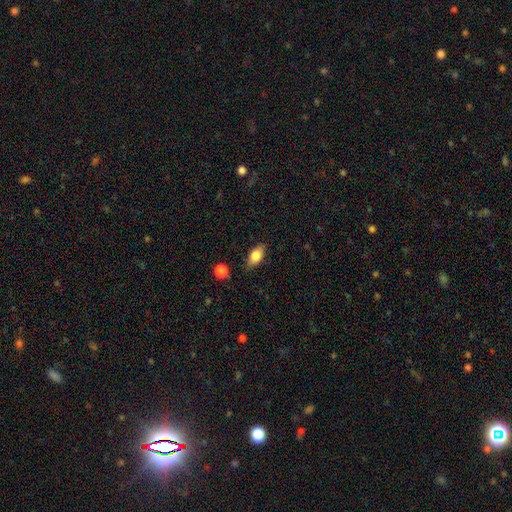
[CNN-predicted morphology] Smooth or featured? Predicted: smooth (p=0.80). How rounded? Predicted: in between (p=0.86). Merging? Predicted: none (p=0.82).